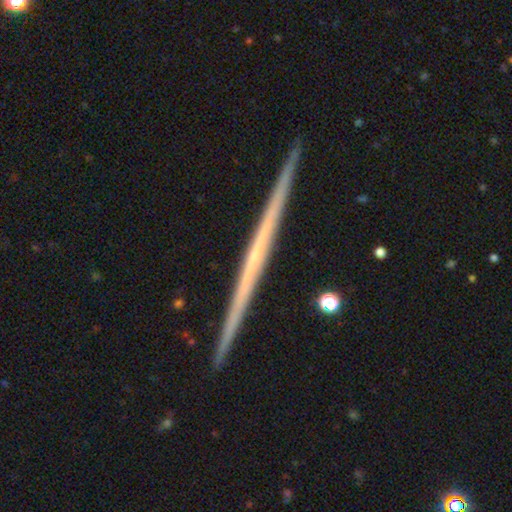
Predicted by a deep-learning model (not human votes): Q: Smooth or featured?
A: featured or disk (73%); runner-up: smooth (21%)
Q: Edge-on disk?
A: yes (98%); runner-up: no (2%)
Q: Edge-on bulge?
A: none (89%); runner-up: rounded (8%)
Q: Merging?
A: none (93%); runner-up: minor disturbance (5%)